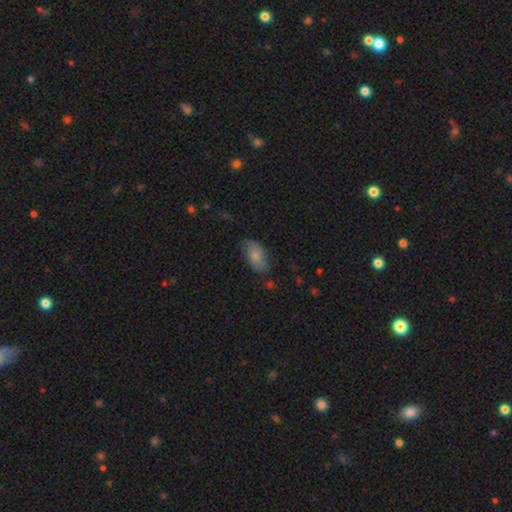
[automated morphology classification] This appears to be a smooth galaxy with no disk features (77%) that is in between round and cigar-shaped (92%). Merging: none (71%).